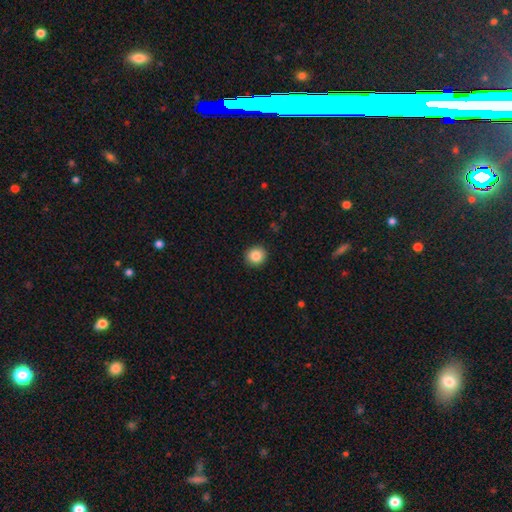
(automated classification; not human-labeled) Smooth or featured: smooth — 86% (star or artifact — 9%)
How rounded: round — 89% (in between — 10%)
Merging: none — 92% (minor disturbance — 6%)